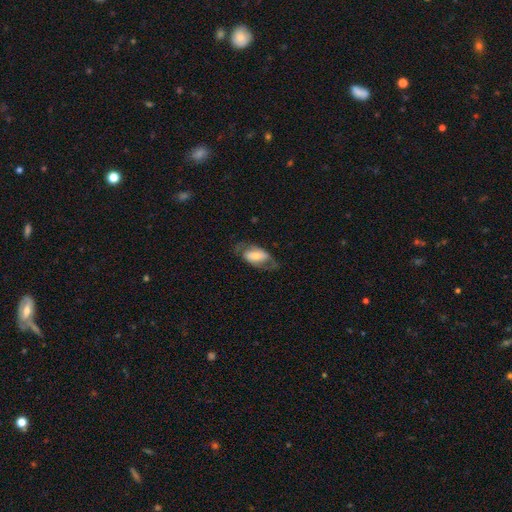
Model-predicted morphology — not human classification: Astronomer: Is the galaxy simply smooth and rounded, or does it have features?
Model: featured or disk — 54% (runner-up: smooth, 40%).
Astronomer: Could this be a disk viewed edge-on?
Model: no — 90%.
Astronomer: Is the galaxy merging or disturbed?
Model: none — 64%.